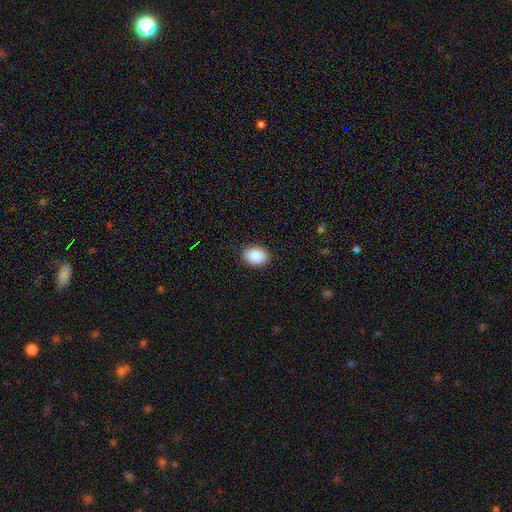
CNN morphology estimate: The model was most divided on "how rounded": in between: 77%, round: 22%, cigar-shaped: 1%. More confident: smooth or featured — smooth (90%); merging — none (89%).